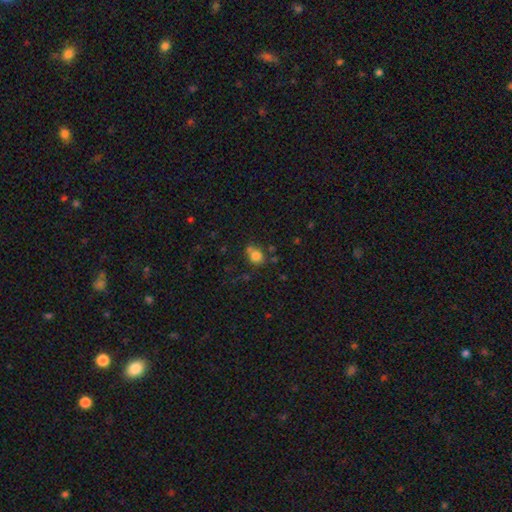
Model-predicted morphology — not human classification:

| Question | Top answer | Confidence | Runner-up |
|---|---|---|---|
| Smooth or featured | smooth | 79% | star or artifact (13%) |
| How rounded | round | 74% | in between (25%) |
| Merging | none | 57% | merger (23%) |